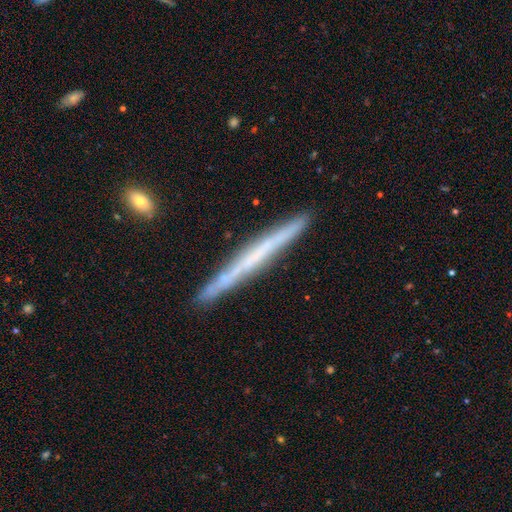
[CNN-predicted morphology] A featured or disk galaxy (59%) viewed edge-on (97%) with no central bulge (88%). Merging: none (89%).